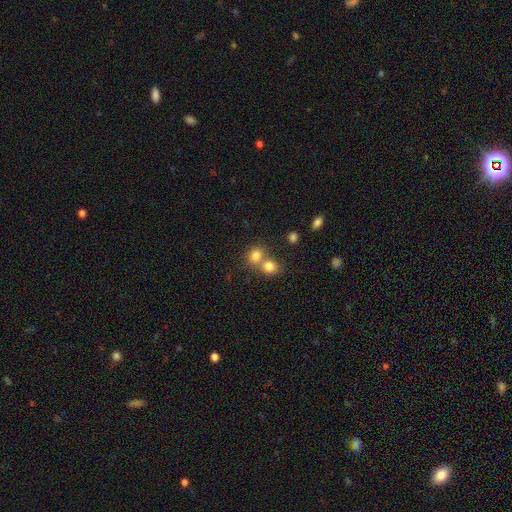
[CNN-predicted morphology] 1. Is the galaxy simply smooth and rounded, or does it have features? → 79% smooth, 12% star or artifact, 9% featured or disk.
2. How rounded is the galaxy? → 63% round, 36% in between, 1% cigar-shaped.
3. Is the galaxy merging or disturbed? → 53% merger, 38% none, 7% minor disturbance, 3% major disturbance.